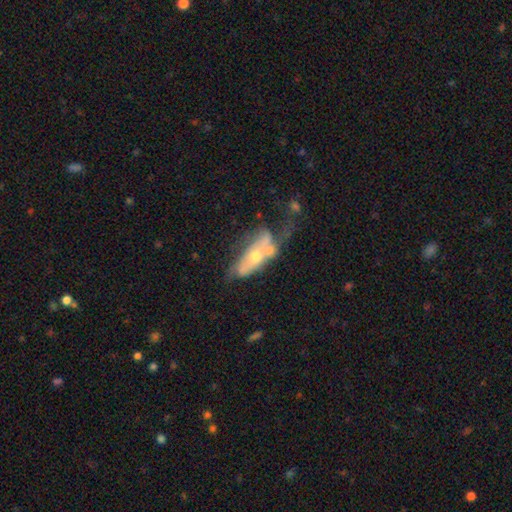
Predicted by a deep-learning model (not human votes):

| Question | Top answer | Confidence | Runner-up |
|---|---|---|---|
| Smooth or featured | featured or disk | 58% | smooth (35%) |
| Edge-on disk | no | 79% | yes (21%) |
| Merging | merger | 34% | none (24%) |